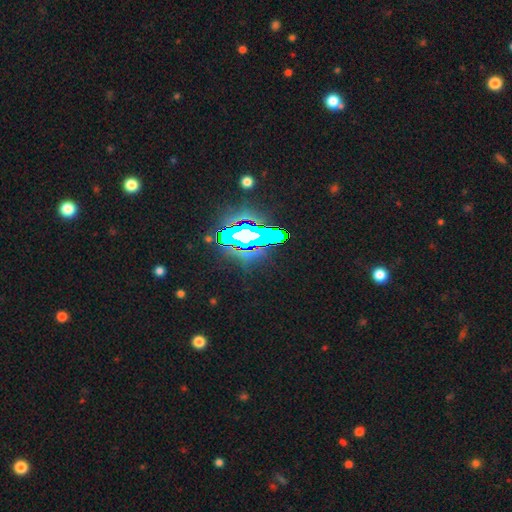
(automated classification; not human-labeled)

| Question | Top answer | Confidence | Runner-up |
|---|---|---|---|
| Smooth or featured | star or artifact | 77% | featured or disk (12%) |